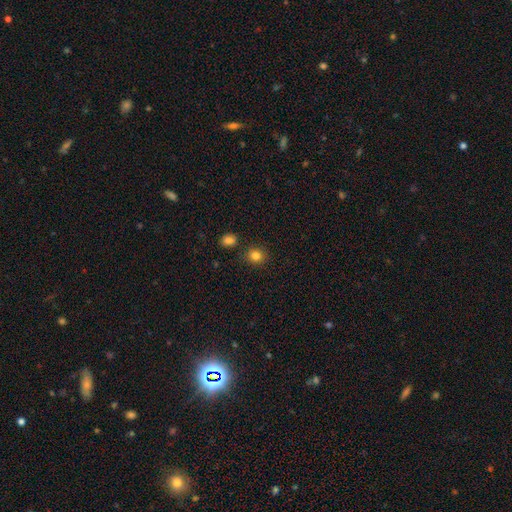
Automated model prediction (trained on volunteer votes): The model was most divided on "how rounded": round: 82%, in between: 17%, cigar-shaped: 1%. More confident: merging — none (84%); smooth or featured — smooth (83%).